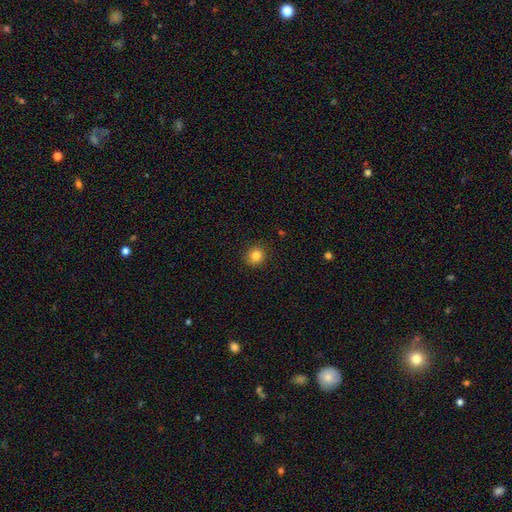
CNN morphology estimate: Smooth or featured?
  - smooth: 83% *
  - star or artifact: 11%
  - featured or disk: 6%
How rounded?
  - round: 87% *
  - in between: 12%
  - cigar-shaped: 1%
Merging?
  - none: 89% *
  - minor disturbance: 8%
  - major disturbance: 2%
  - merger: 1%